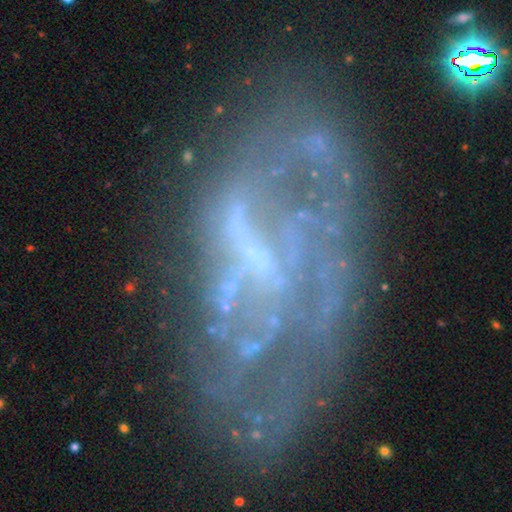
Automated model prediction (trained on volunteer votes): smooth_or_featured: featured or disk (p=0.73) [alt: smooth p=0.14]
disk_edge_on: no (p=0.94) [alt: yes p=0.06]
bar: no (p=0.46) [alt: weak p=0.35]
has_spiral_arms: no (p=0.52) [alt: yes p=0.48]
bulge_size: none (p=0.55) [alt: small p=0.32]
merging: none (p=0.50) [alt: major disturbance p=0.24]